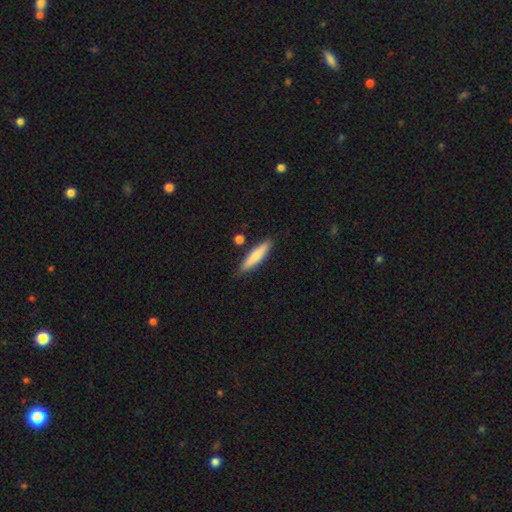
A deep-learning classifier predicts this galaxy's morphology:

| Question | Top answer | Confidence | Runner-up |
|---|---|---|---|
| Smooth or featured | smooth | 77% | featured or disk (18%) |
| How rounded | cigar-shaped | 83% | in between (16%) |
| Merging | none | 84% | minor disturbance (10%) |